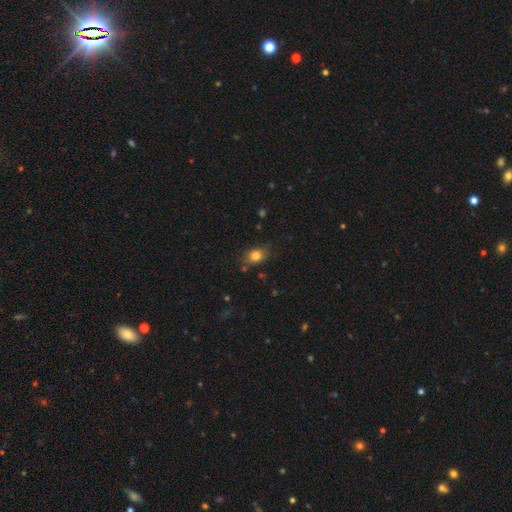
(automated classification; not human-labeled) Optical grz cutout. It shows a smooth galaxy with no disk features (81%) that is in between round and cigar-shaped (61%). Merging: none (76%).